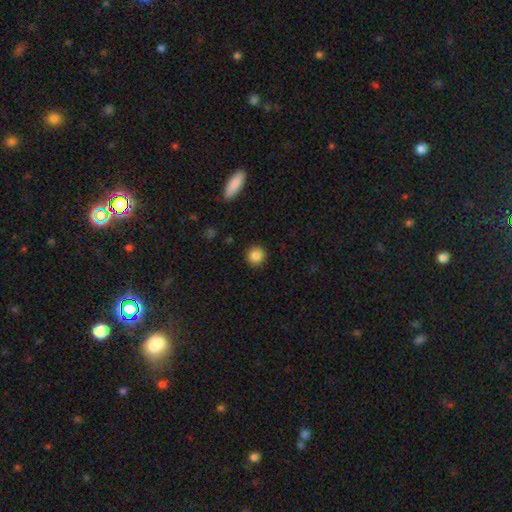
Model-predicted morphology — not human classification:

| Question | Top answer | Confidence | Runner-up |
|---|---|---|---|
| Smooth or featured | smooth | 86% | star or artifact (10%) |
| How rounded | round | 93% | in between (6%) |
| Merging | none | 91% | minor disturbance (6%) |